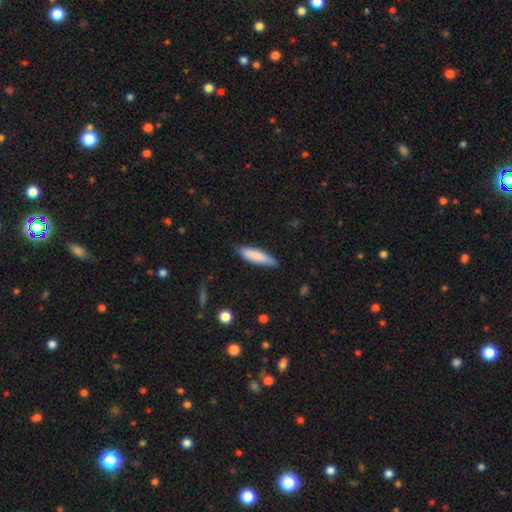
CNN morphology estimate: This appears to be a smooth galaxy with no disk features (83%) that is cigar-shaped (66%). Merging: none (81%).